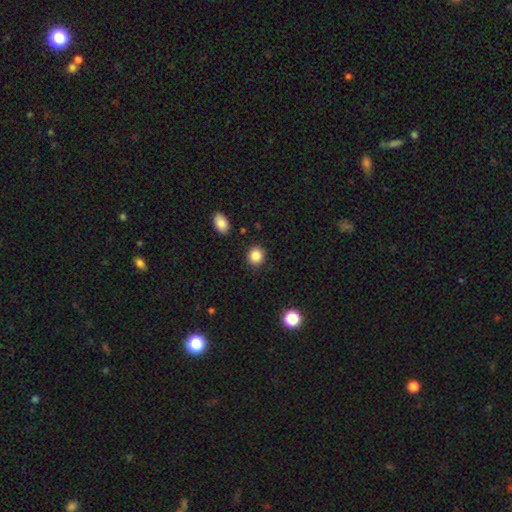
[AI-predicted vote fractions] This is clearly a smooth galaxy (87%). How rounded: clearly round (82%). Merging: clearly none (88%).